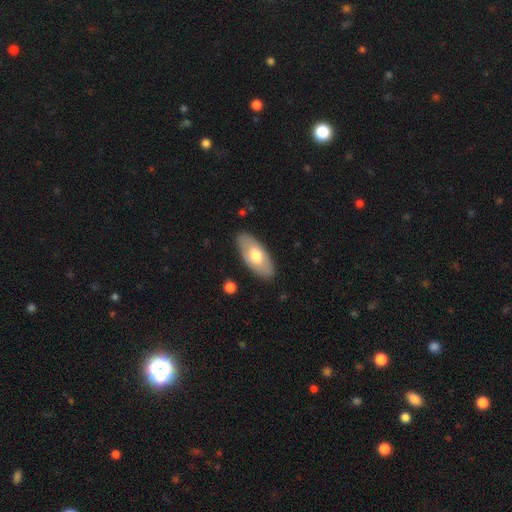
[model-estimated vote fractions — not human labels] Smooth or featured: smooth — 61% (featured or disk — 34%)
How rounded: in between — 91% (cigar-shaped — 7%)
Merging: none — 86% (minor disturbance — 11%)